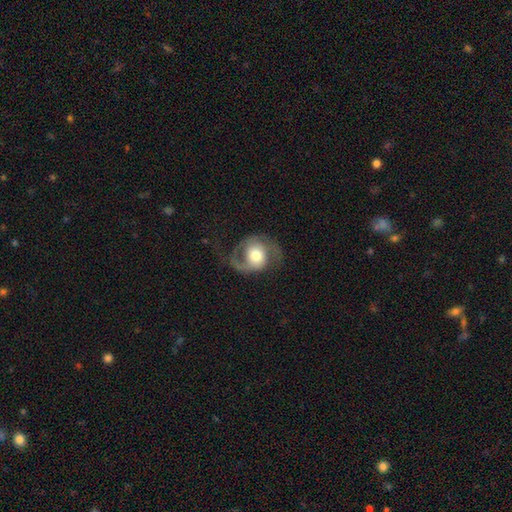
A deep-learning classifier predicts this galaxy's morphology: smooth_or_featured: featured or disk (p=0.73) [alt: smooth p=0.21]
disk_edge_on: no (p=0.98) [alt: yes p=0.02]
bar: no (p=0.69) [alt: weak p=0.24]
has_spiral_arms: yes (p=0.90) [alt: no p=0.10]
spiral_winding: medium (p=0.47) [alt: loose p=0.35]
spiral_arm_count: 2 (p=0.77) [alt: 1 p=0.15]
bulge_size: moderate (p=0.52) [alt: large p=0.33]
merging: none (p=0.55) [alt: major disturbance p=0.25]